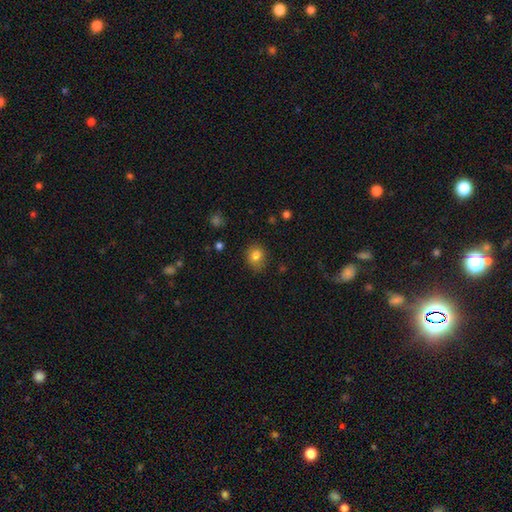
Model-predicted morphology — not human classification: This is clearly a smooth galaxy (82%). How rounded: likely round (62%). Merging: clearly none (80%).